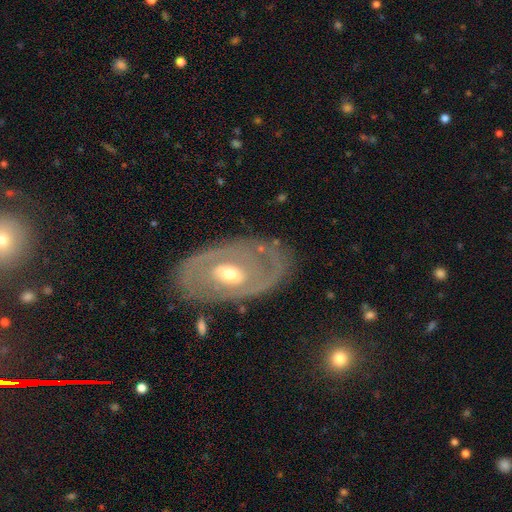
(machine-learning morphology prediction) A featured or disk galaxy (75%) with no bar (62%), spiral arms (59%) and a moderate central bulge (68%). Merging: none (79%).